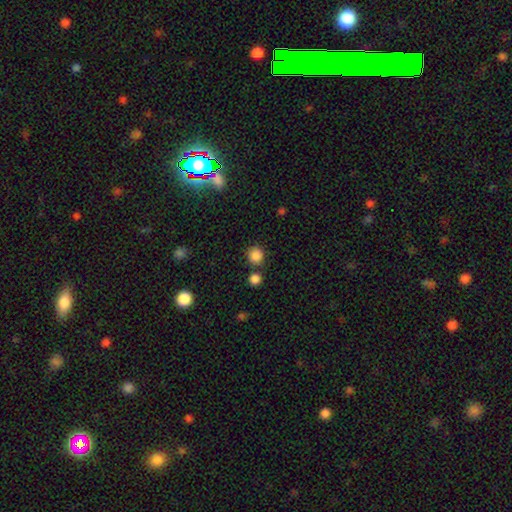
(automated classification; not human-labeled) Smooth or featured? Predicted: smooth (p=0.85). How rounded? Predicted: round (p=0.89). Merging? Predicted: none (p=0.79).